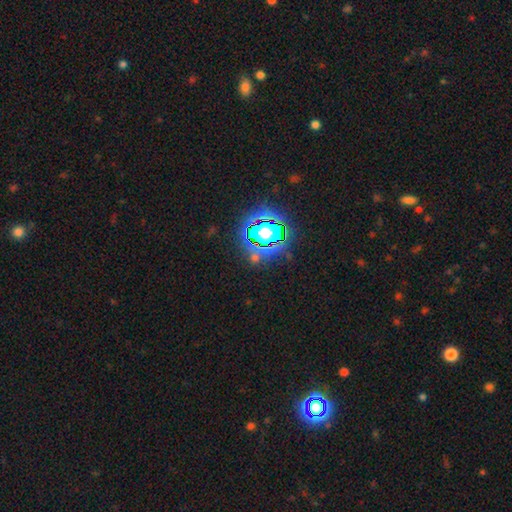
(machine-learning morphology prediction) A star or artifact, not a galaxy (72%).